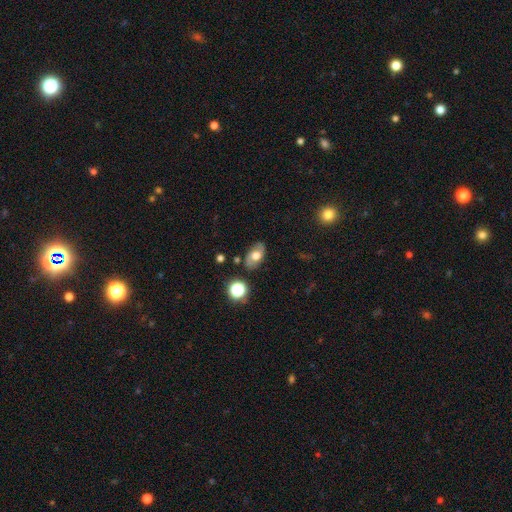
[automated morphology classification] type=smooth (58%); roundness=in between (86%); merging=none (79%).